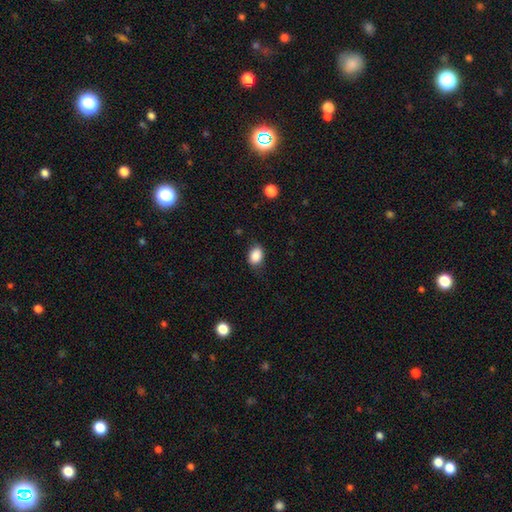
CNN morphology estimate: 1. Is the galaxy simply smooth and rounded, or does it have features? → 88% smooth, 8% star or artifact, 4% featured or disk.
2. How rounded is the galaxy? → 72% in between, 27% round, 1% cigar-shaped.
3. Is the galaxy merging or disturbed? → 75% none, 19% minor disturbance, 5% major disturbance, 1% merger.